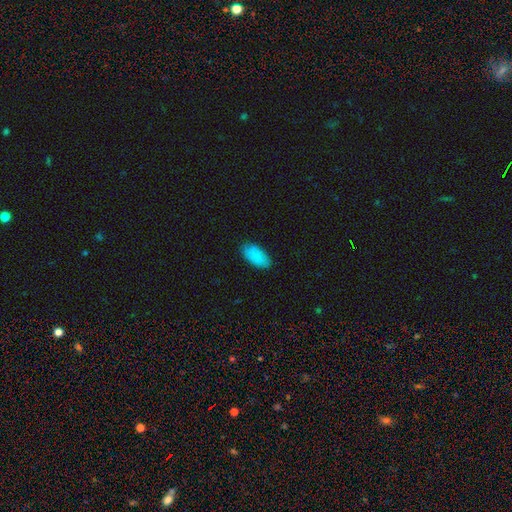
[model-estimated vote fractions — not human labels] A smooth galaxy with no disk features (89%) that is in between round and cigar-shaped (93%).

Vote fractions:
- Smooth or featured? smooth: 89% / star or artifact: 7% / featured or disk: 5%
- How rounded? in between: 93% / cigar-shaped: 5% / round: 2%
- Merging? none: 85% / minor disturbance: 12% / major disturbance: 2% / merger: 1%